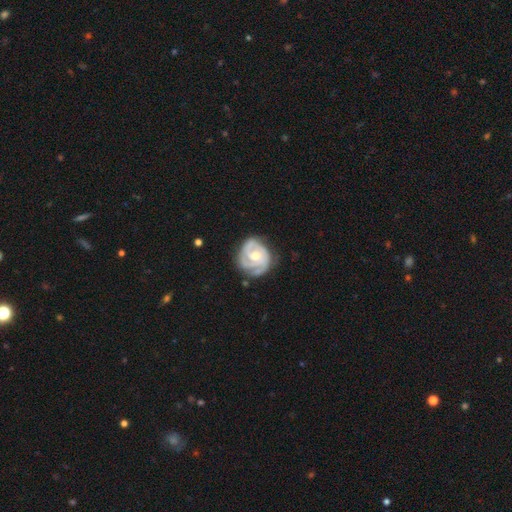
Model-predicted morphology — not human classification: smooth-or-featured: featured or disk: 85% | smooth: 11% | star or artifact: 4%
  disk-edge-on: no: 98% | yes: 2%
    bar: no: 67% | weak: 28% | strong: 6%
    has-spiral-arms: yes: 95% | no: 5%
      spiral-winding: tight: 68% | medium: 27% | loose: 5%
      spiral-arm-count: 3: 40% | 2: 24% | can't tell: 20% | 4: 7% | 1: 5% | more than 4: 4%
    bulge-size: moderate: 67% | small: 27% | large: 4% | none: 1% | dominant: 1%
  merging: none: 67% | minor disturbance: 23% | major disturbance: 9% | merger: 2%